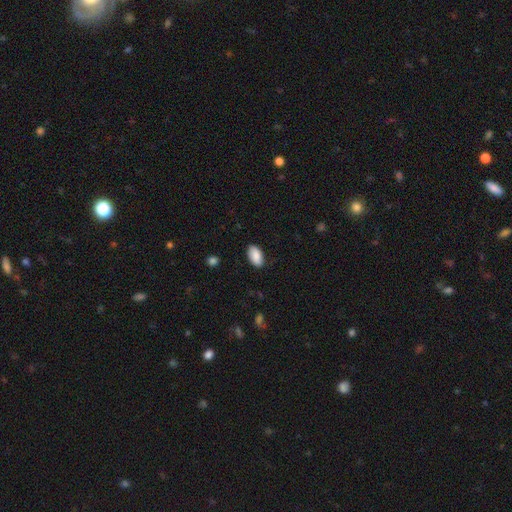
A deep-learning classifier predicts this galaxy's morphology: A smooth galaxy with no disk features (88%) that is in between round and cigar-shaped (95%).

Vote fractions:
- Smooth or featured? smooth: 88% / star or artifact: 6% / featured or disk: 6%
- How rounded? in between: 95% / round: 4% / cigar-shaped: 2%
- Merging? none: 83% / minor disturbance: 13% / major disturbance: 3% / merger: 1%